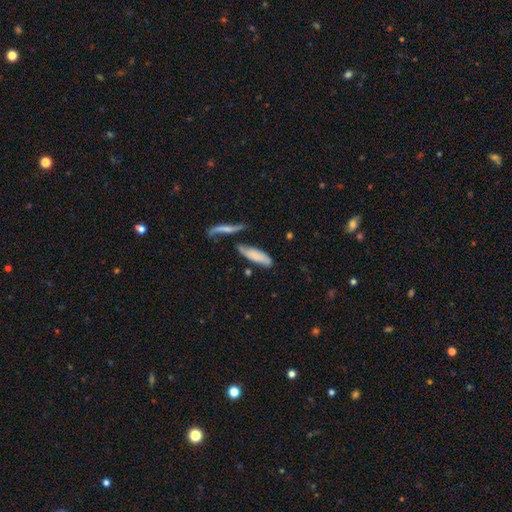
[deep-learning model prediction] smooth 71%, featured or disk 21%, star or artifact 8%. Down the decision tree: how rounded — in between (51%); merging — none (46%).